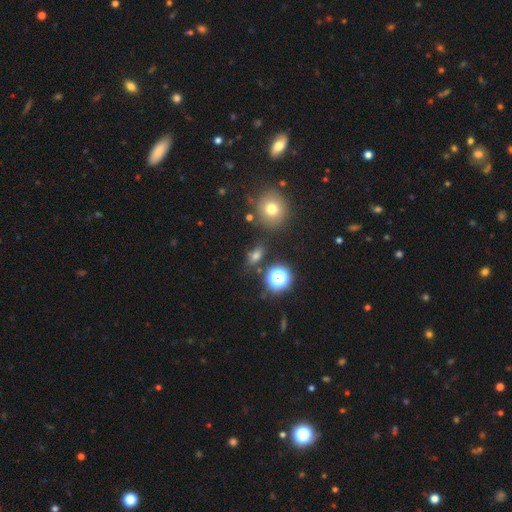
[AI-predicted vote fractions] Morphology: type=smooth (65%); roundness=in between (69%); merging=none (78%).